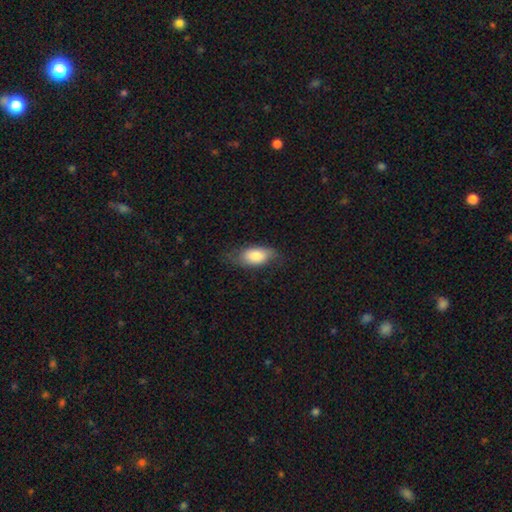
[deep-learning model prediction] Q: Smooth or featured?
A: smooth (77%); runner-up: featured or disk (16%)
Q: How rounded?
A: in between (90%); runner-up: cigar-shaped (6%)
Q: Merging?
A: none (64%); runner-up: minor disturbance (26%)